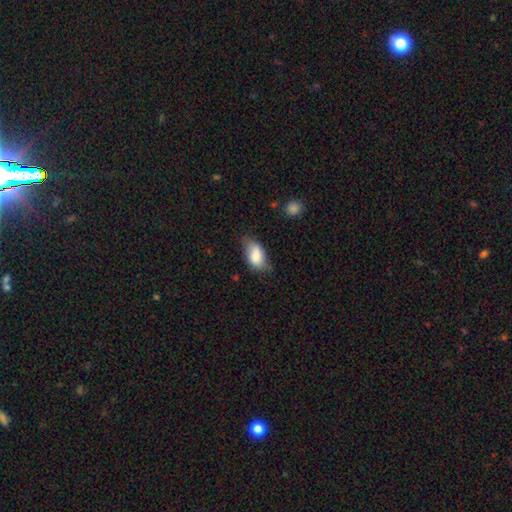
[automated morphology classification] Smooth or featured?
  - smooth: 82% *
  - featured or disk: 11%
  - star or artifact: 7%
How rounded?
  - in between: 91% *
  - round: 6%
  - cigar-shaped: 3%
Merging?
  - none: 52% *
  - minor disturbance: 36%
  - major disturbance: 10%
  - merger: 2%